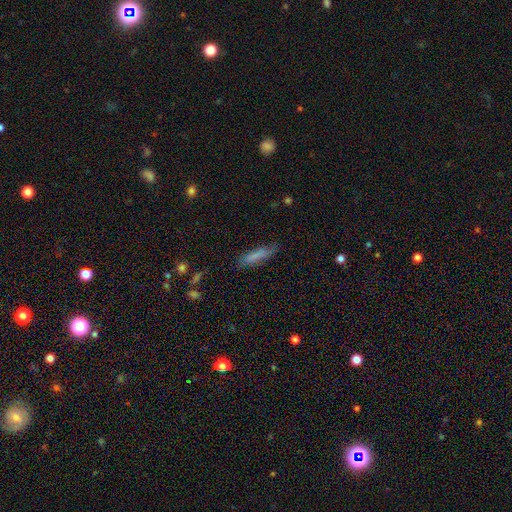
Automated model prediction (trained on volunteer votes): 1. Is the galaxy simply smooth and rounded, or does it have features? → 76% smooth, 16% featured or disk, 8% star or artifact.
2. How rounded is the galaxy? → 78% cigar-shaped, 21% in between, 2% round.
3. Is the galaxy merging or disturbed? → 74% none, 19% minor disturbance, 5% major disturbance, 2% merger.